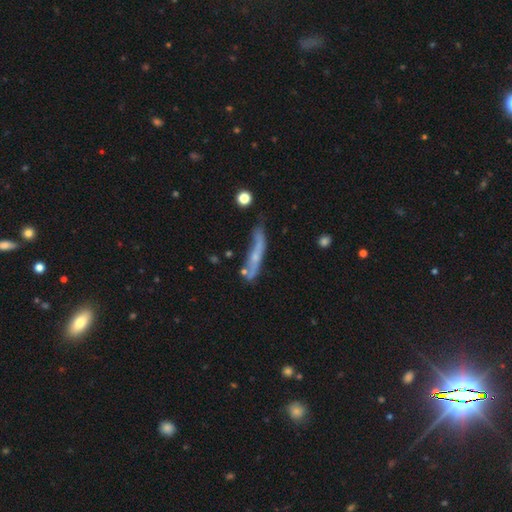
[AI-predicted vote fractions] smooth_or_featured: featured or disk (p=0.52) [alt: smooth p=0.39]
disk_edge_on: yes (p=0.70) [alt: no p=0.30]
merging: none (p=0.53) [alt: minor disturbance p=0.27]